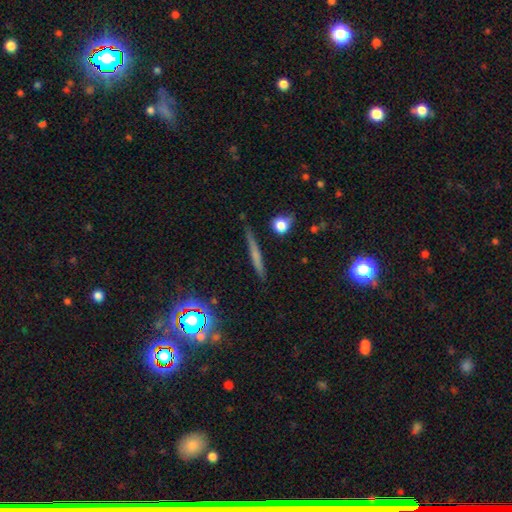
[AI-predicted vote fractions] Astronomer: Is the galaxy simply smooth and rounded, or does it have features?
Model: smooth — 48% (runner-up: featured or disk, 39%).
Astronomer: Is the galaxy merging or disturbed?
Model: none — 85%.